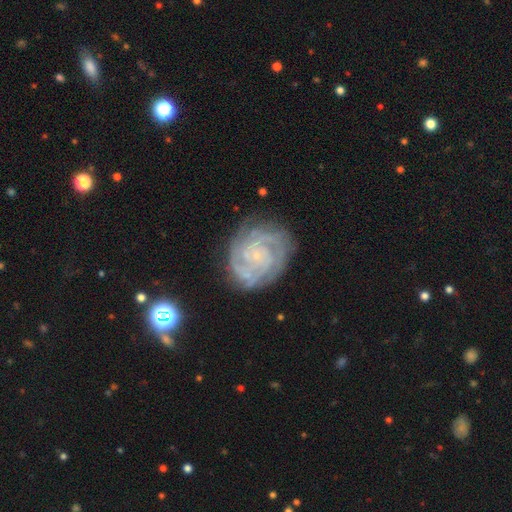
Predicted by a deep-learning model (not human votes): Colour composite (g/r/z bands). It shows a featured or disk galaxy (86%) with no bar (74%), 3 (26%) tight (77%) spiral arms (97%) and a small central bulge (81%). Merging: none (77%).